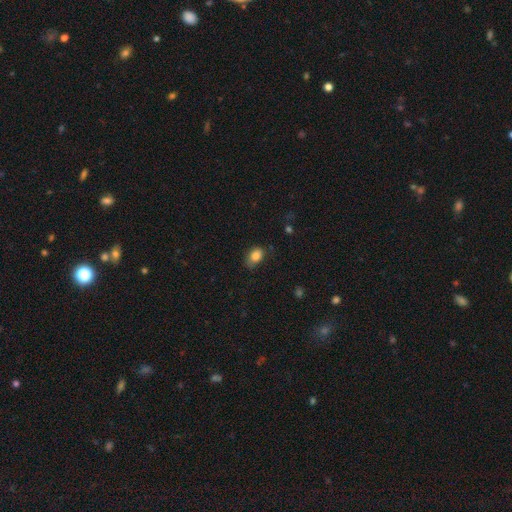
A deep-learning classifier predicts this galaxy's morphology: The model was most divided on "merging": none: 62%, minor disturbance: 28%, major disturbance: 7%, merger: 2%. More confident: smooth or featured — smooth (85%); how rounded — in between (75%).